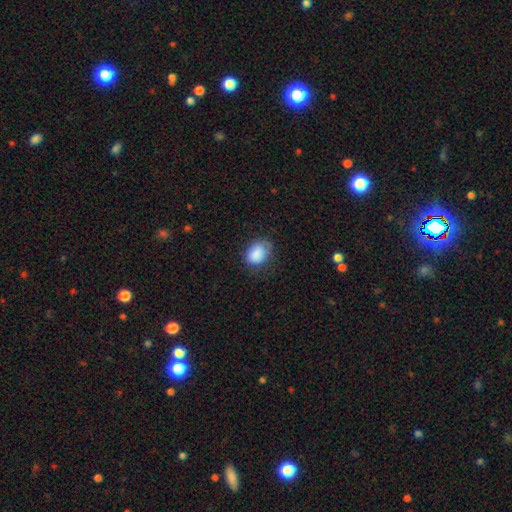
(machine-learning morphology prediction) type=smooth (87%); roundness=in between (70%); merging=none (70%).